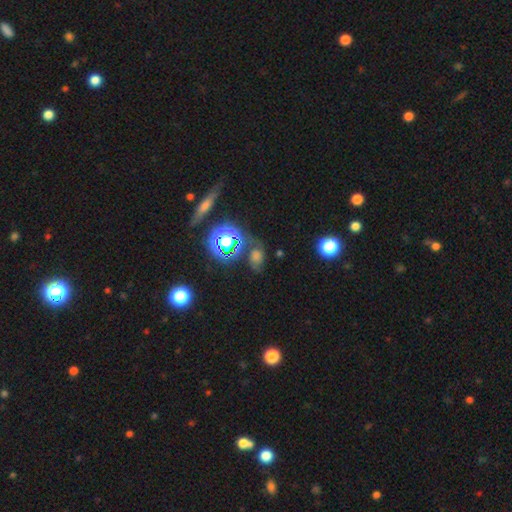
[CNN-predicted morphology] star or artifact 38%, smooth 36%, featured or disk 26%.